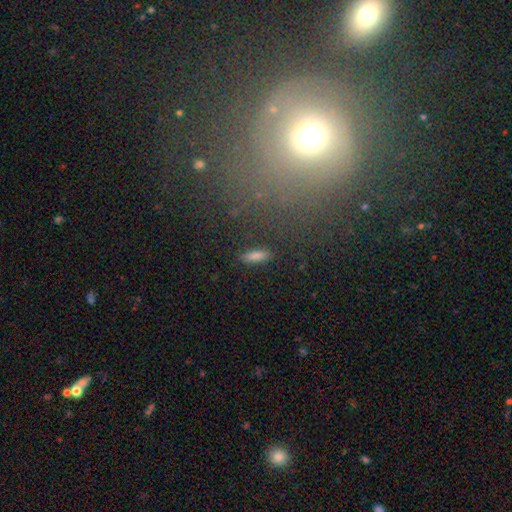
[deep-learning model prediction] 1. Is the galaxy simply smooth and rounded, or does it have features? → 76% smooth, 13% star or artifact, 11% featured or disk.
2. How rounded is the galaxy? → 56% in between, 40% cigar-shaped, 4% round.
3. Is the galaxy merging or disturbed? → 86% none, 8% minor disturbance, 3% major disturbance, 2% merger.